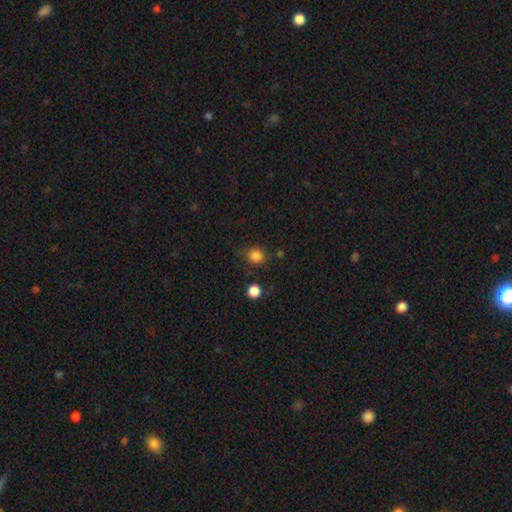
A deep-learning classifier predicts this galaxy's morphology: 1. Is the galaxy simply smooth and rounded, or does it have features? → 84% smooth, 12% star or artifact, 4% featured or disk.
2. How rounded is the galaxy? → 84% round, 15% in between, 1% cigar-shaped.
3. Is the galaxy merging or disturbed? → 79% none, 12% minor disturbance, 4% major disturbance, 4% merger.